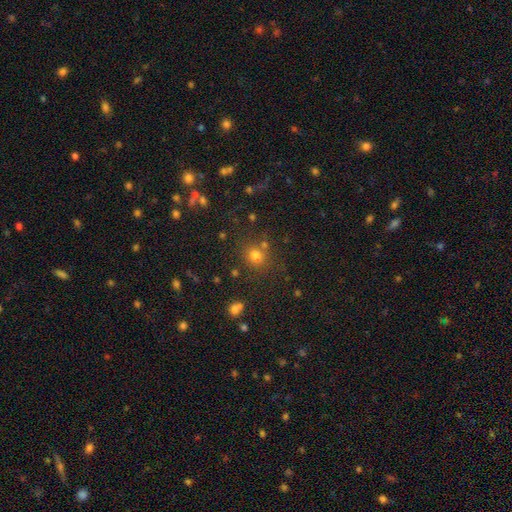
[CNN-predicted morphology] smooth 72%, star or artifact 20%, featured or disk 8%. Down the decision tree: how rounded — round (75%); merging — none (70%).